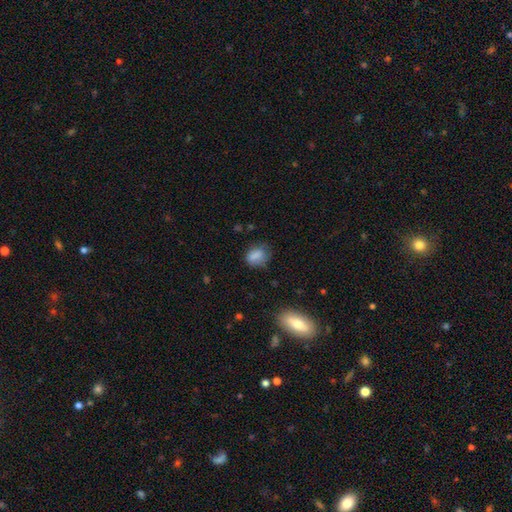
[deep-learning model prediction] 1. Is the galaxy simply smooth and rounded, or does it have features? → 81% smooth, 10% featured or disk, 10% star or artifact.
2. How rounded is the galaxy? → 64% in between, 35% round, 2% cigar-shaped.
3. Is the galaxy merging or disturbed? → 57% none, 29% minor disturbance, 12% major disturbance, 2% merger.